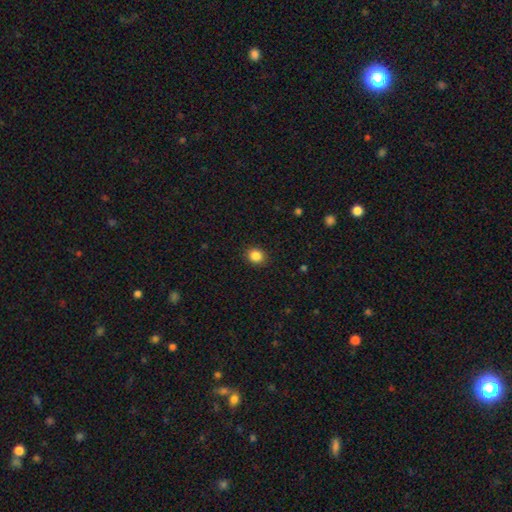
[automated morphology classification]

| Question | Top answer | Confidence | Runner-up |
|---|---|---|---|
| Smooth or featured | smooth | 86% | star or artifact (10%) |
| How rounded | round | 73% | in between (26%) |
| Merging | none | 90% | minor disturbance (7%) |